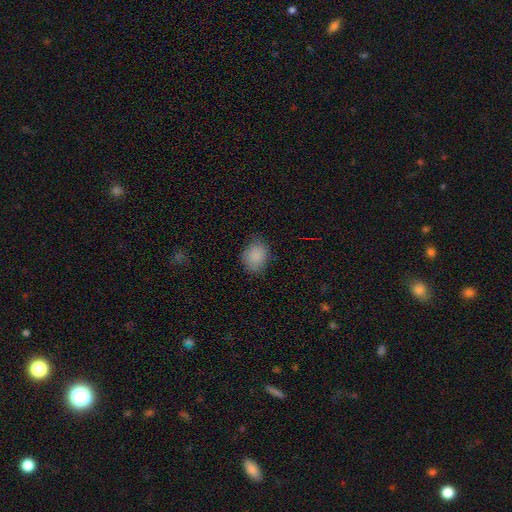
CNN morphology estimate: Smooth or featured? smooth (87%)
How rounded? round (56%)
Merging? none (75%)